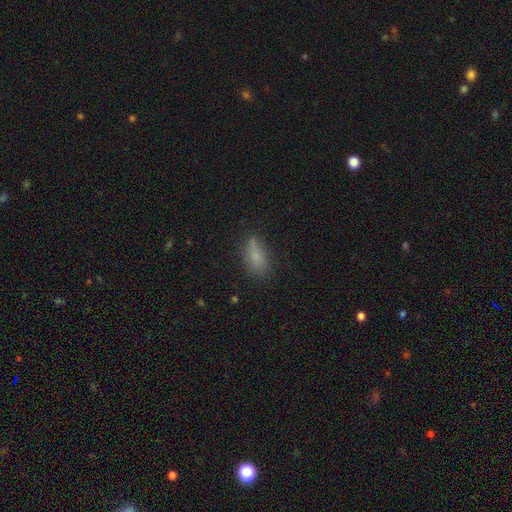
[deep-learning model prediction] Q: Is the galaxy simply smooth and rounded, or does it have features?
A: smooth — 76%.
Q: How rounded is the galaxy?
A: in between — 79%.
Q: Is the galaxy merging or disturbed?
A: none — 65%.